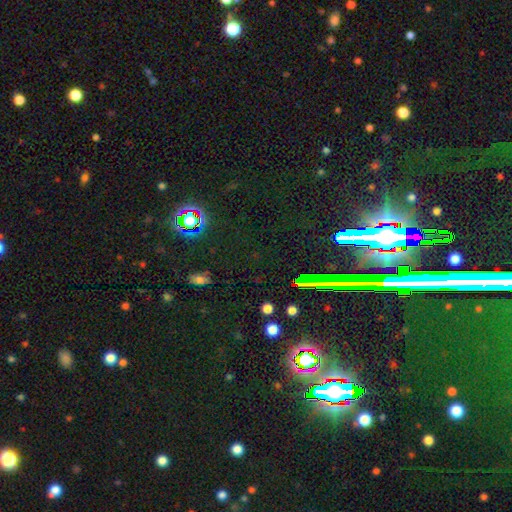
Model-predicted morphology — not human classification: A star or artifact, not a galaxy (81%).